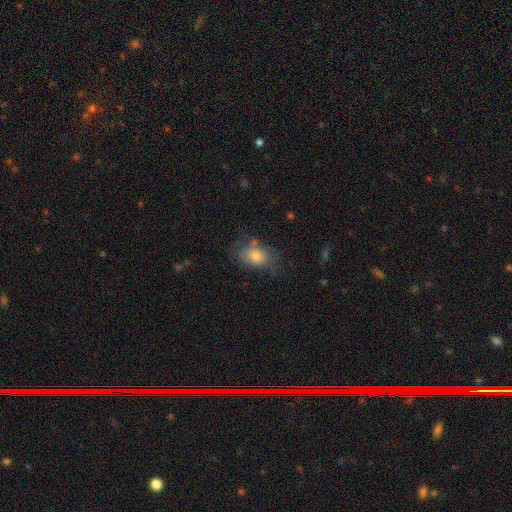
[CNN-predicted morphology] A smooth galaxy with no disk features (73%) that is in between round and cigar-shaped (78%). Merging: none (59%).